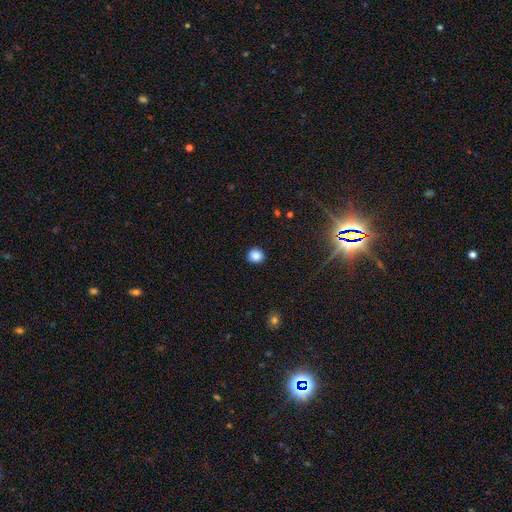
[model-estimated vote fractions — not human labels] smooth-or-featured: smooth: 86% | star or artifact: 10% | featured or disk: 3%
  how-rounded: round: 86% | in between: 13% | cigar-shaped: 1%
  merging: none: 90% | minor disturbance: 7% | major disturbance: 2% | merger: 1%